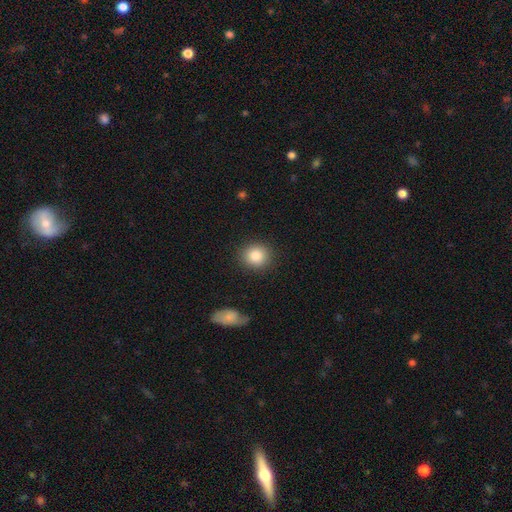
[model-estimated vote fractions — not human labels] smooth 85%, star or artifact 9%, featured or disk 7%. Down the decision tree: how rounded — round (83%); merging — none (88%).